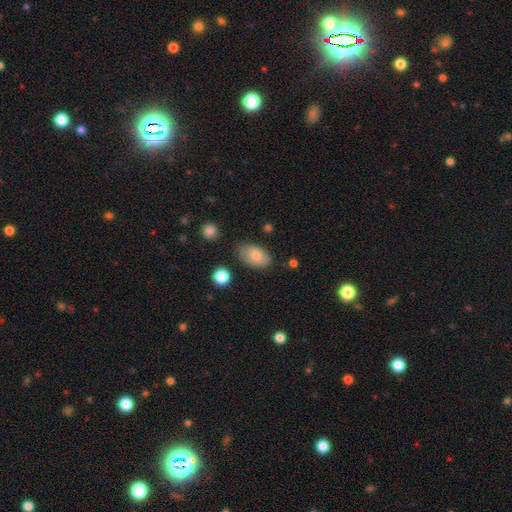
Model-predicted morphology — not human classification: Overall: smooth (78%). How rounded: in between (90%). Merging: none (71%).